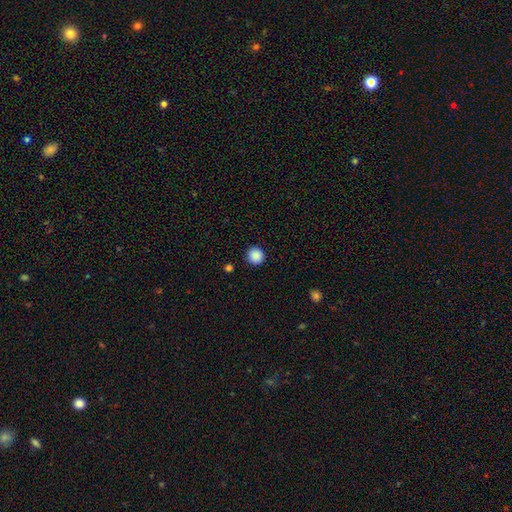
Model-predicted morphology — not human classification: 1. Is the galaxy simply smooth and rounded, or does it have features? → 89% smooth, 9% star or artifact, 2% featured or disk.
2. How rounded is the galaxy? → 94% round, 5% in between, 1% cigar-shaped.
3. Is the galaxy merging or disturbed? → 92% none, 5% minor disturbance, 2% major disturbance, 1% merger.